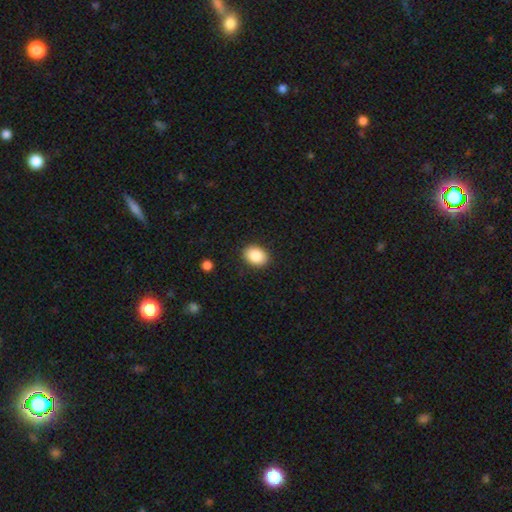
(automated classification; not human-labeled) A smooth galaxy with no disk features (88%) that is in between round and cigar-shaped (71%).

Vote fractions:
- Smooth or featured? smooth: 88% / star or artifact: 8% / featured or disk: 5%
- How rounded? in between: 71% / round: 28% / cigar-shaped: 1%
- Merging? none: 89% / minor disturbance: 8% / major disturbance: 2% / merger: 1%